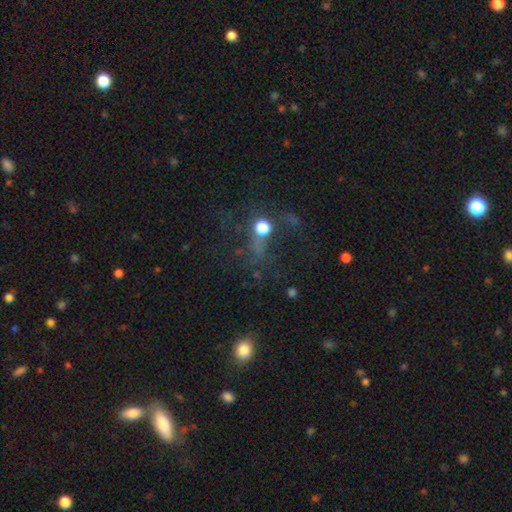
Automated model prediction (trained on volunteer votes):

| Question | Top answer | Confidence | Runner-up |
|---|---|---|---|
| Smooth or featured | star or artifact | 42% | smooth (29%) |